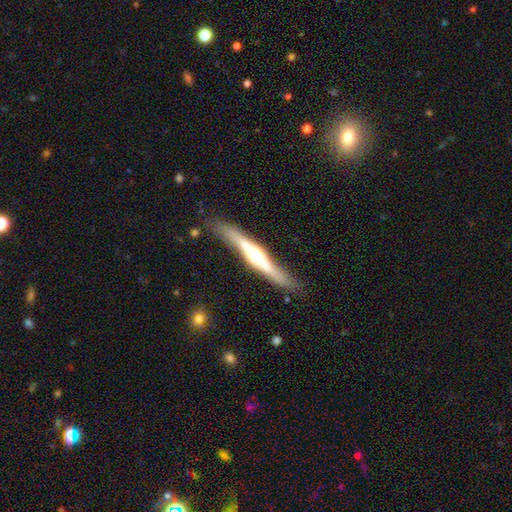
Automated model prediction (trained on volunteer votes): Smooth or featured: featured or disk — 73% (smooth — 22%)
Edge-on disk: yes — 95% (no — 5%)
Edge-on bulge: rounded — 85% (boxy — 8%)
Merging: none — 82% (minor disturbance — 13%)